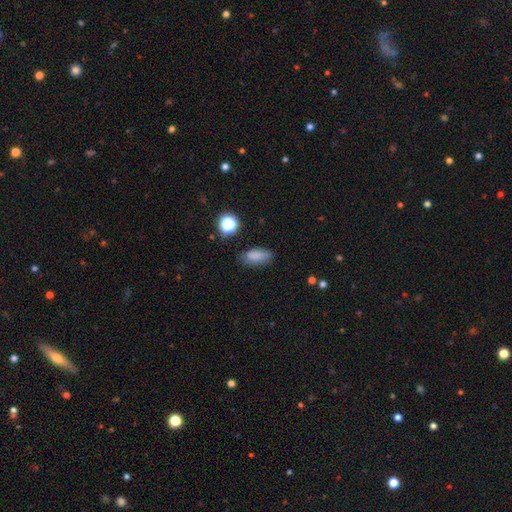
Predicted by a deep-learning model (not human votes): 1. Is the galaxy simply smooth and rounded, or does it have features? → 81% smooth, 11% star or artifact, 8% featured or disk.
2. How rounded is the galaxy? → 83% in between, 11% cigar-shaped, 6% round.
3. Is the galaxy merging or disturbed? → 72% none, 21% minor disturbance, 5% major disturbance, 2% merger.